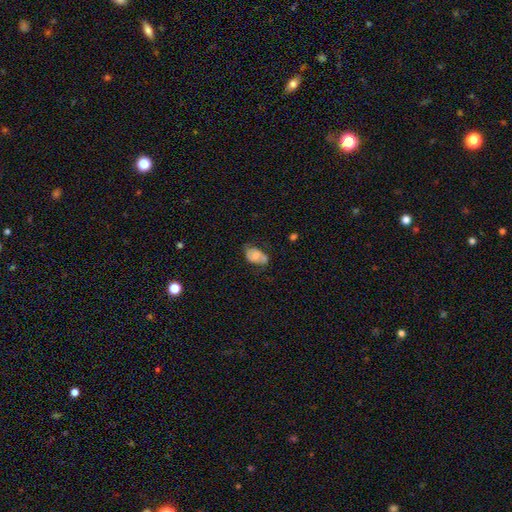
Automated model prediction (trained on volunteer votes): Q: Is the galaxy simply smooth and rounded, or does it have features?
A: smooth — 53%.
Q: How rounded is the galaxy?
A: in between — 86%.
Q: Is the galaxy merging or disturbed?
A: none — 49%.